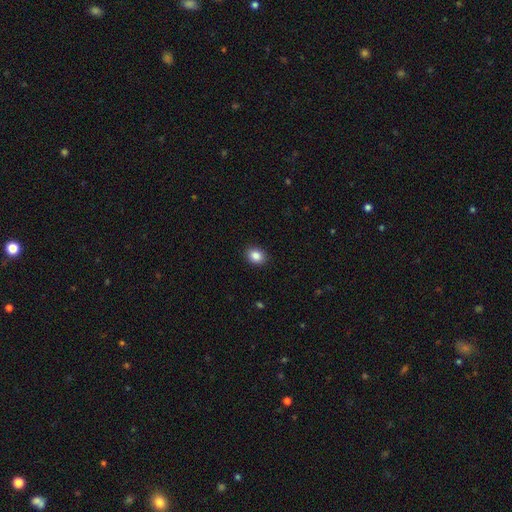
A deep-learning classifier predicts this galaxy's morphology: The model was most divided on "how rounded": in between: 51%, round: 48%, cigar-shaped: 1%. More confident: merging — none (90%); smooth or featured — smooth (86%).